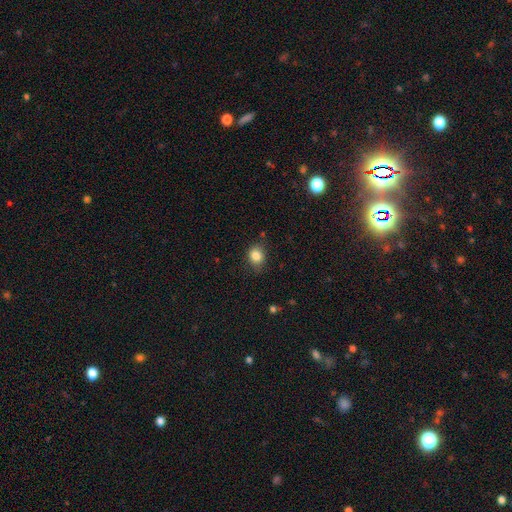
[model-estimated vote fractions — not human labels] smooth-or-featured: smooth: 84% | star or artifact: 10% | featured or disk: 6%
  how-rounded: round: 59% | in between: 40% | cigar-shaped: 1%
  merging: none: 76% | minor disturbance: 18% | major disturbance: 4% | merger: 2%